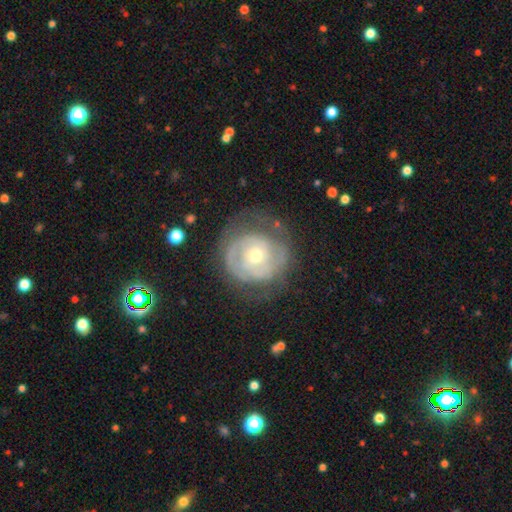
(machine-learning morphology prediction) Smooth or featured: featured or disk — 67% (smooth — 27%)
Edge-on disk: no — 97% (yes — 3%)
Bar: no — 80% (weak — 16%)
Spiral arms: yes — 58% (no — 42%)
Bulge size: small — 48% (moderate — 47%)
Merging: none — 57% (minor disturbance — 22%)